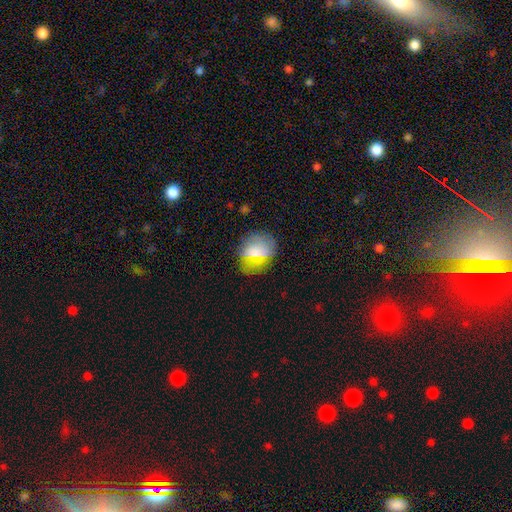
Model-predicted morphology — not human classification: Smooth or featured? smooth (65%)
How rounded? round (57%)
Merging? none (78%)